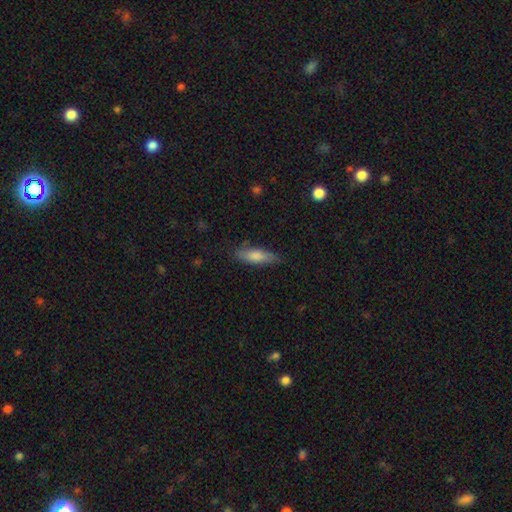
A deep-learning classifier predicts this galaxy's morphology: Smooth or featured? smooth (75%)
How rounded? cigar-shaped (52%)
Merging? none (80%)